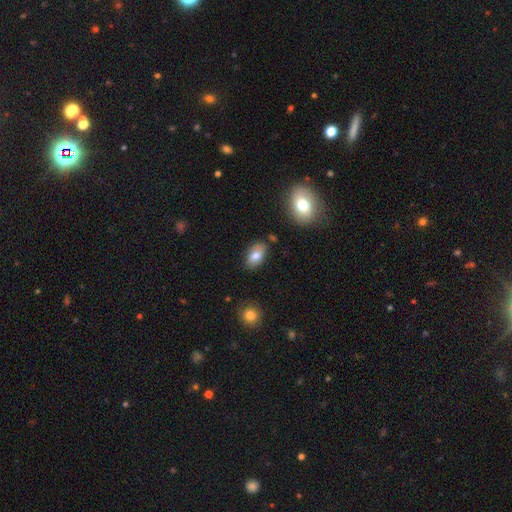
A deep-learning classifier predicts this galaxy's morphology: Overall: smooth (78%). How rounded: in between (92%). Merging: none (81%).